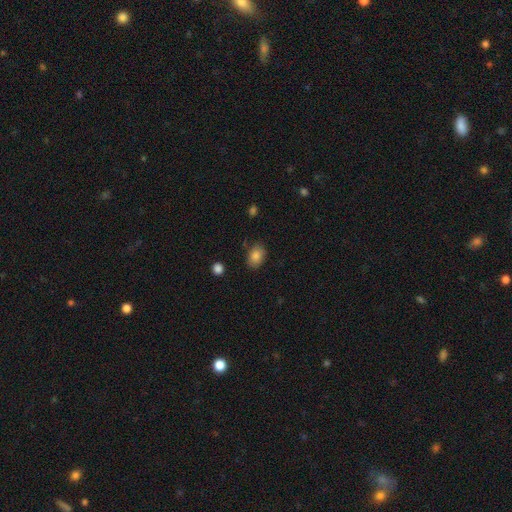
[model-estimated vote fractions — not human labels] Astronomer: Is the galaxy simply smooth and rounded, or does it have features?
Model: smooth — 85%.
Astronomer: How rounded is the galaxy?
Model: in between — 78%.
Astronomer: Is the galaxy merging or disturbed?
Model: none — 81%.